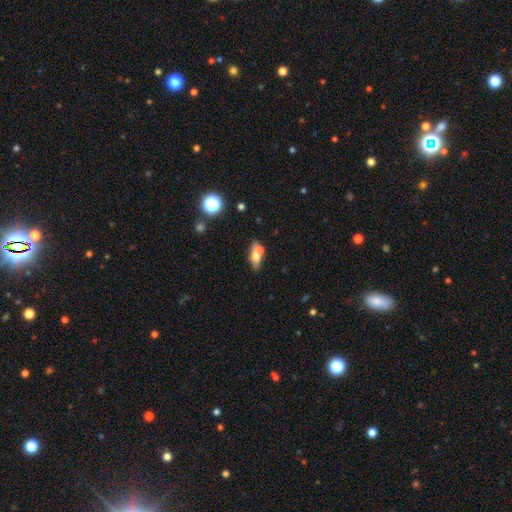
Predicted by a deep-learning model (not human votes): smooth_or_featured: smooth (p=0.56) [alt: featured or disk p=0.34]
how_rounded: in between (p=0.68) [alt: cigar-shaped p=0.23]
merging: none (p=0.44) [alt: merger p=0.38]